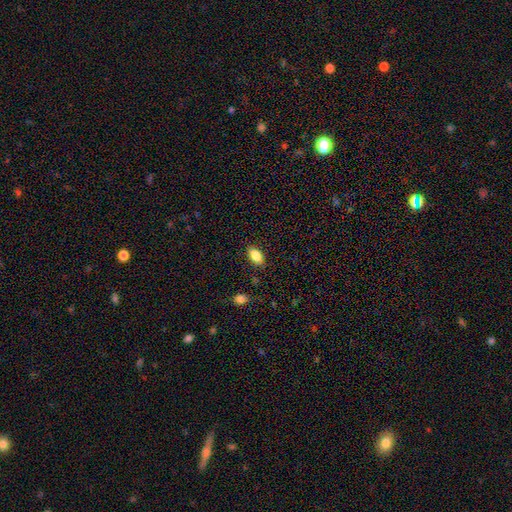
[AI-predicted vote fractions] Morphology: type=smooth (87%); roundness=in between (92%); merging=none (85%).